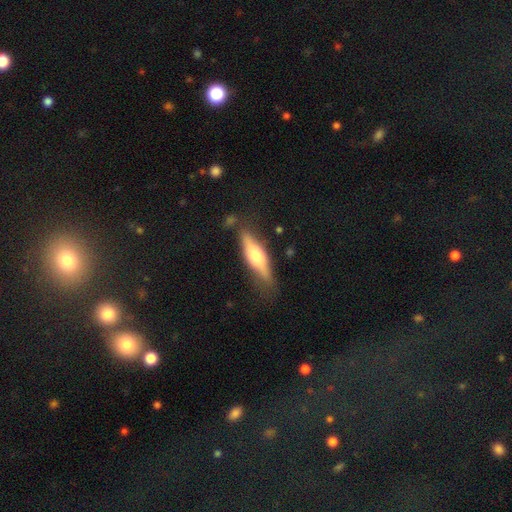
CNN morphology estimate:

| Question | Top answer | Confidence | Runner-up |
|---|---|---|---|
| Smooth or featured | smooth | 51% | featured or disk (43%) |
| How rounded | cigar-shaped | 62% | in between (36%) |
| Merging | none | 70% | minor disturbance (20%) |